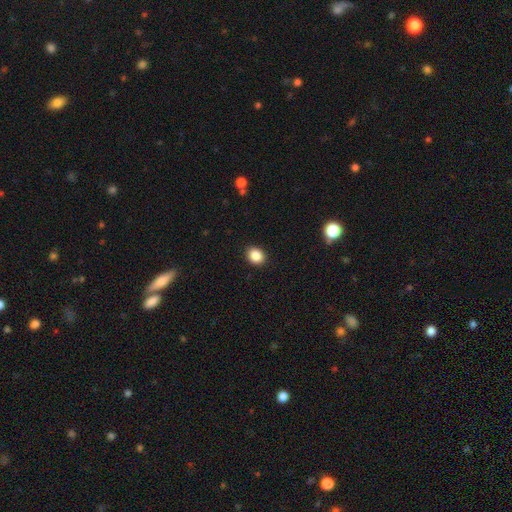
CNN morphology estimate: The model was most divided on "how rounded": round: 53%, in between: 46%, cigar-shaped: 1%. More confident: merging — none (91%); smooth or featured — smooth (87%).